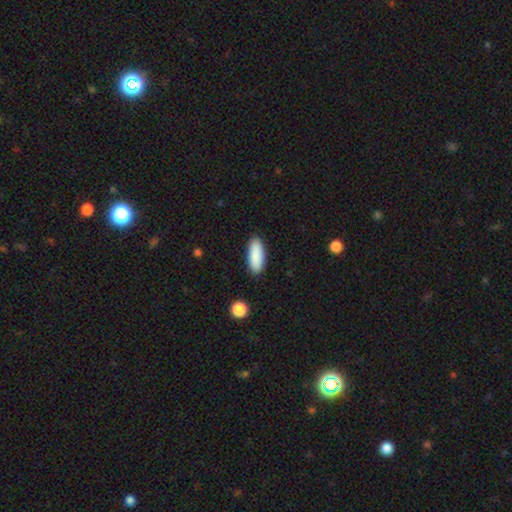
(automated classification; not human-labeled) This appears to be a smooth galaxy with no disk features (89%) that is in between round and cigar-shaped (76%). Merging: none (89%).